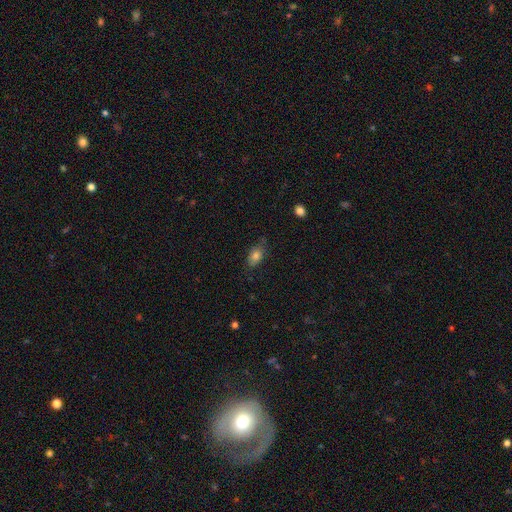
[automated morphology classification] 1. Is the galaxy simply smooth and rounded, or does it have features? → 77% smooth, 13% featured or disk, 9% star or artifact.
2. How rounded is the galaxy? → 86% in between, 10% round, 5% cigar-shaped.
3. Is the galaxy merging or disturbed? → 68% none, 24% minor disturbance, 6% major disturbance, 2% merger.